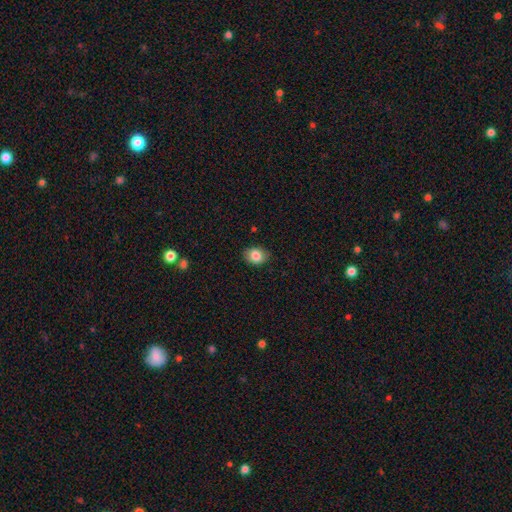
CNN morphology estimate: Smooth or featured?
  - smooth: 83% *
  - star or artifact: 9%
  - featured or disk: 8%
How rounded?
  - in between: 60% *
  - round: 39%
  - cigar-shaped: 1%
Merging?
  - none: 84% *
  - minor disturbance: 12%
  - major disturbance: 2%
  - merger: 1%